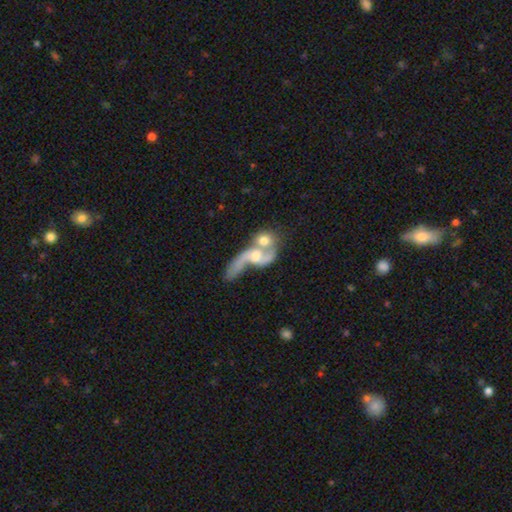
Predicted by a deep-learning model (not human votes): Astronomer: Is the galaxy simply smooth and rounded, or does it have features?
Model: featured or disk — 65%.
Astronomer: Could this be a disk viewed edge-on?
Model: no — 92%.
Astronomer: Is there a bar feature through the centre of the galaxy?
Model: no — 67%.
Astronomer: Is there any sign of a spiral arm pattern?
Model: yes — 69%.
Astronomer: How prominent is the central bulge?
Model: moderate — 49% (runner-up: small, 28%).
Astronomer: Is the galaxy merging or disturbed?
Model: merger — 67%.